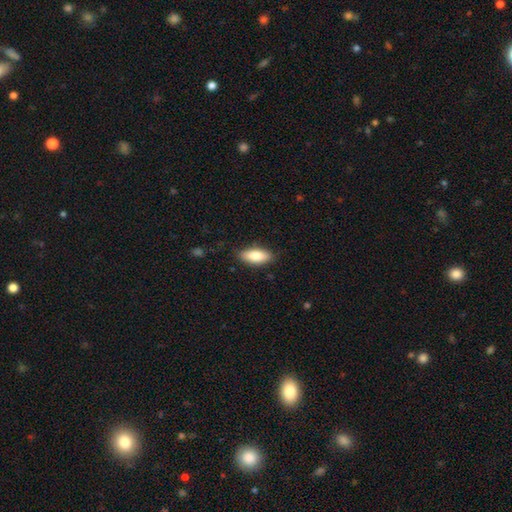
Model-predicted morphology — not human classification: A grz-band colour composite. It shows a smooth galaxy with no disk features (82%) that is in between round and cigar-shaped (81%). Merging: none (85%).